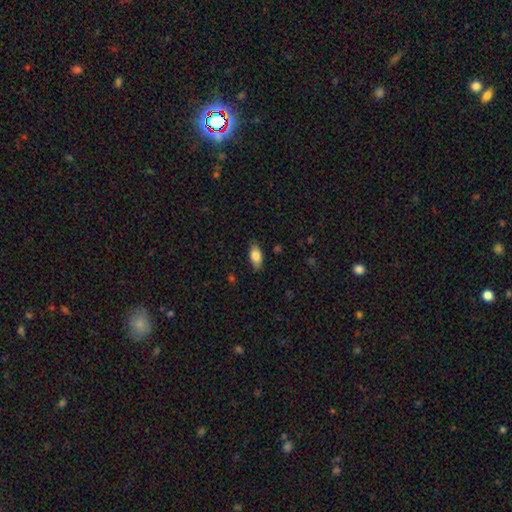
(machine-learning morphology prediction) This is clearly a smooth galaxy (83%). How rounded: clearly in between (89%). Merging: clearly none (82%).